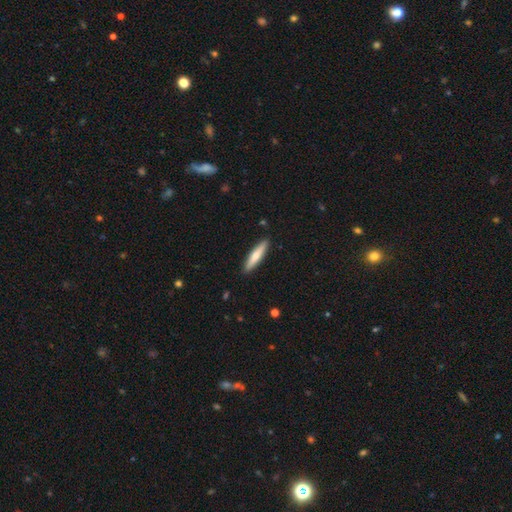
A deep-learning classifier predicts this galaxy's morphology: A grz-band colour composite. It shows a smooth galaxy with no disk features (67%) that is cigar-shaped (86%). Merging: none (91%).